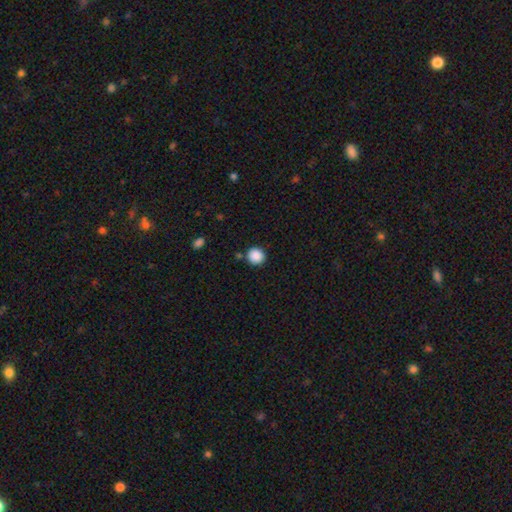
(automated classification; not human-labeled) A smooth galaxy with no disk features (88%) that is round (93%). Merging: none (86%).